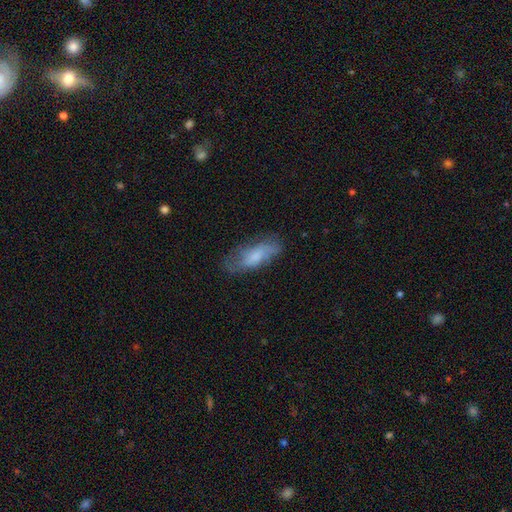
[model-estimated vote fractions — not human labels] smooth-or-featured: smooth: 61% | featured or disk: 32% | star or artifact: 7%
  how-rounded: in between: 72% | cigar-shaped: 25% | round: 2%
  merging: none: 61% | minor disturbance: 26% | major disturbance: 11% | merger: 2%